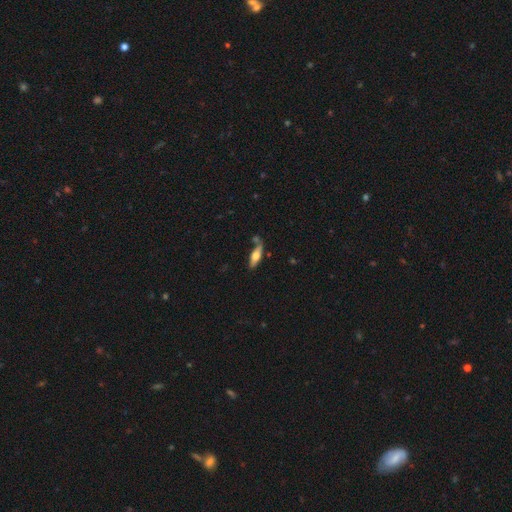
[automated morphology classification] Smooth or featured? Predicted: smooth (p=0.52). How rounded? Predicted: in between (p=0.49). Merging? Predicted: none (p=0.64).